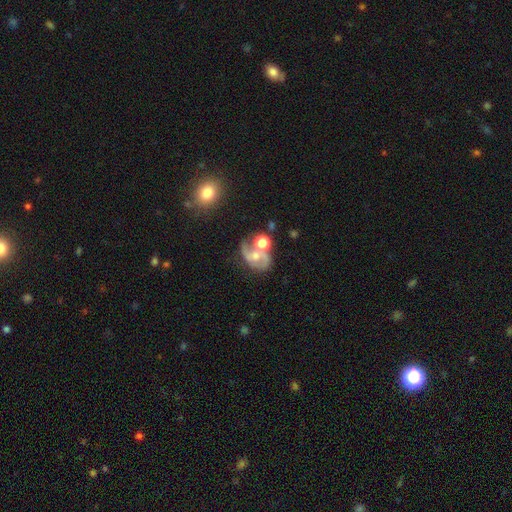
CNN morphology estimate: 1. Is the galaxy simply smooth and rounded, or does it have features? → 71% featured or disk, 19% smooth, 9% star or artifact.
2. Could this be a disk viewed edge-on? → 97% no, 3% yes.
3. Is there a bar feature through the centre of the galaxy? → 59% no, 33% weak, 9% strong.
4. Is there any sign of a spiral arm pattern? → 86% yes, 14% no.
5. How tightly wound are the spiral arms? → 48% medium, 37% loose, 15% tight.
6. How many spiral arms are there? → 85% 2, 6% 1, 6% can't tell, 2% 3, 1% 4, 1% more than 4.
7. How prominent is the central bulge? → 56% moderate, 29% small, 8% large, 5% none, 2% dominant.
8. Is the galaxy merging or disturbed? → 41% none, 29% merger, 17% minor disturbance, 13% major disturbance.